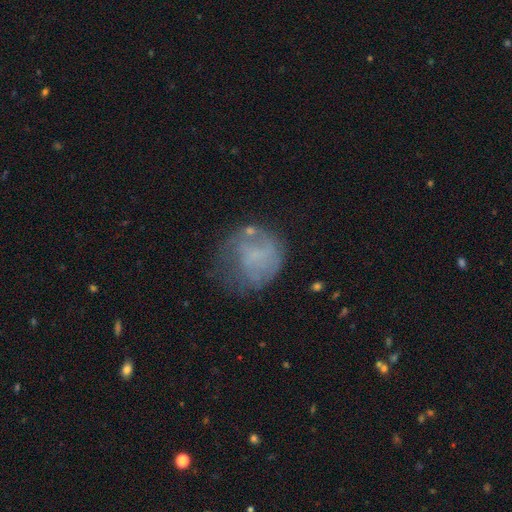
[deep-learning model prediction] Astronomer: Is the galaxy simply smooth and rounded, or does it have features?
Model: smooth — 48% (runner-up: featured or disk, 39%).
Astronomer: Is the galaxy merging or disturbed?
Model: none — 50%.